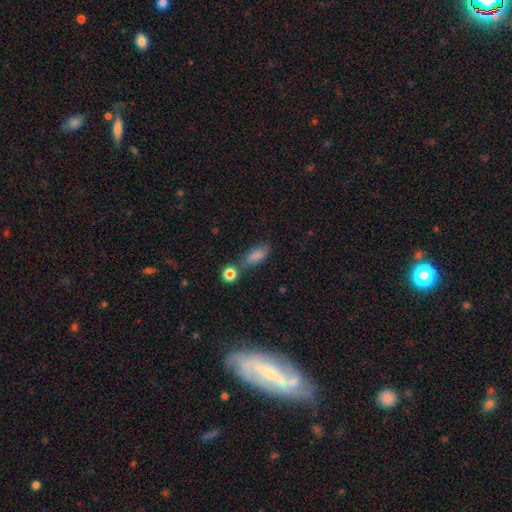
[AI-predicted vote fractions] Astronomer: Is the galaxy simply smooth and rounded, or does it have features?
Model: smooth — 84%.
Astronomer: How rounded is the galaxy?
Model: in between — 83%.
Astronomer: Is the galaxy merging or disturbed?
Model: none — 55%.